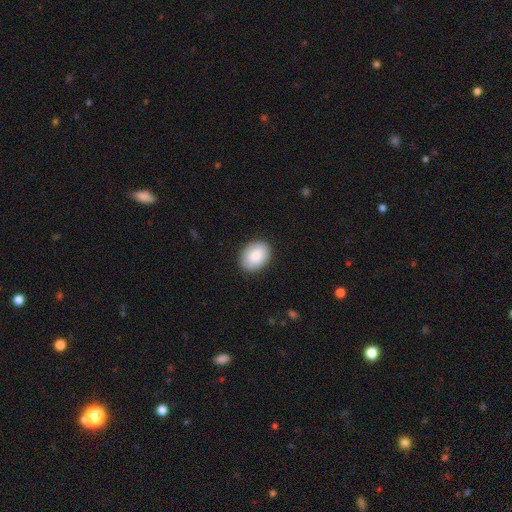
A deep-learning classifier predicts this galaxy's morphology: Overall: smooth (87%). How rounded: in between (75%). Merging: none (89%).